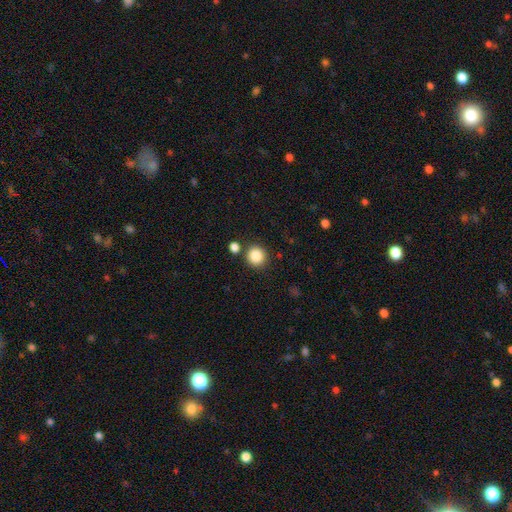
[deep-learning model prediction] Smooth or featured: smooth — 87% (star or artifact — 9%)
How rounded: round — 91% (in between — 8%)
Merging: none — 82% (minor disturbance — 7%)